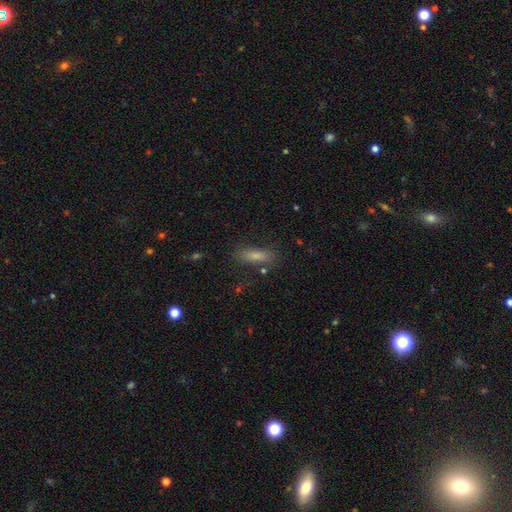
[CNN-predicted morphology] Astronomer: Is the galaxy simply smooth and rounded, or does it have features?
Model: smooth — 64%.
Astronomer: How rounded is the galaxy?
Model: cigar-shaped — 65%.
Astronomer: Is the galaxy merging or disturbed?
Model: none — 81%.